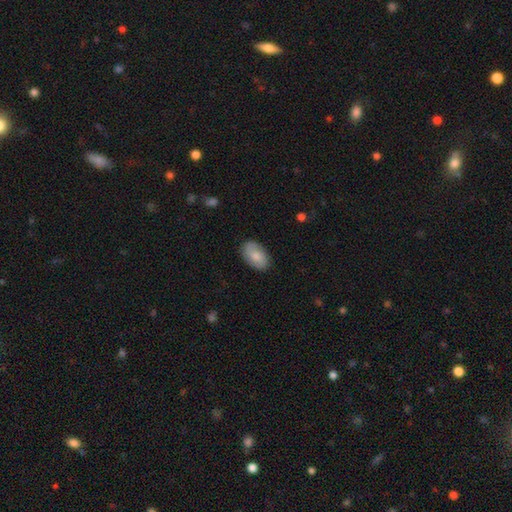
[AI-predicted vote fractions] smooth-or-featured: smooth: 67% | featured or disk: 27% | star or artifact: 6%
  how-rounded: in between: 91% | round: 8% | cigar-shaped: 1%
  merging: none: 83% | minor disturbance: 13% | major disturbance: 3% | merger: 1%